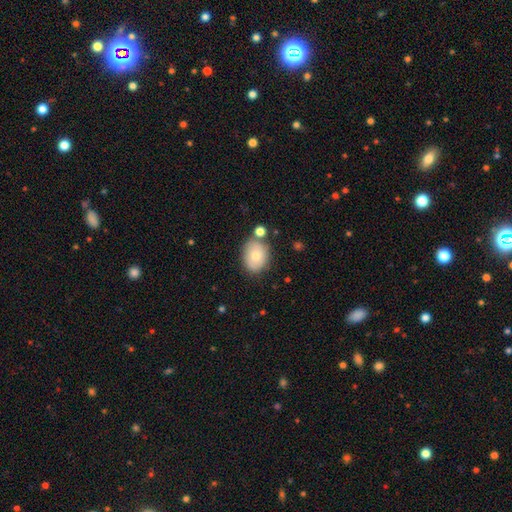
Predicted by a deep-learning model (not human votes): Q: Smooth or featured?
A: smooth (73%); runner-up: featured or disk (19%)
Q: How rounded?
A: in between (64%); runner-up: round (34%)
Q: Merging?
A: none (67%); runner-up: minor disturbance (17%)